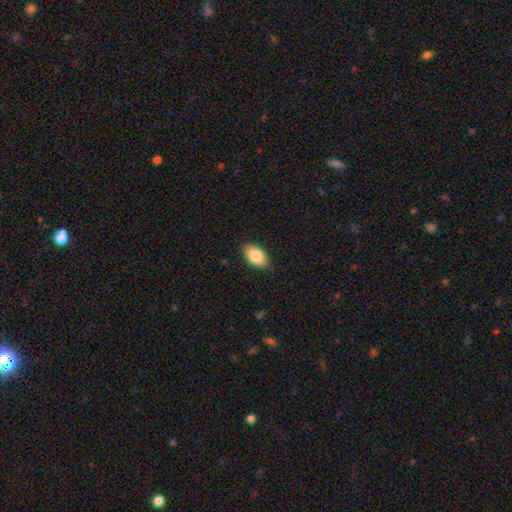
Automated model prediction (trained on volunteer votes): smooth 85%, featured or disk 9%, star or artifact 7%. Down the decision tree: how rounded — in between (92%); merging — none (86%).